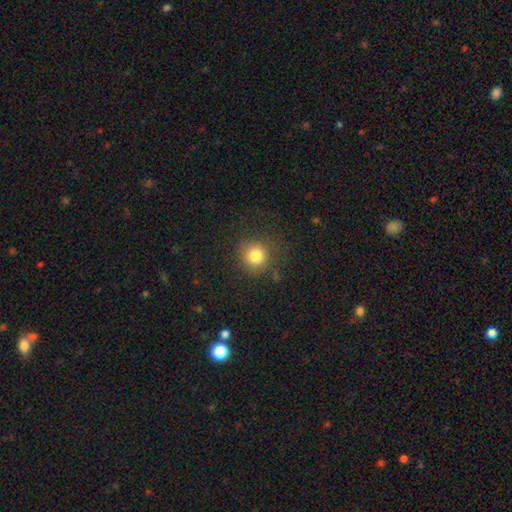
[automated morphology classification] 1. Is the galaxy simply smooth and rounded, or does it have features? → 82% smooth, 12% star or artifact, 6% featured or disk.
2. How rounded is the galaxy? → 91% round, 8% in between, 1% cigar-shaped.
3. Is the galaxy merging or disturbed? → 83% none, 11% minor disturbance, 5% major disturbance, 2% merger.